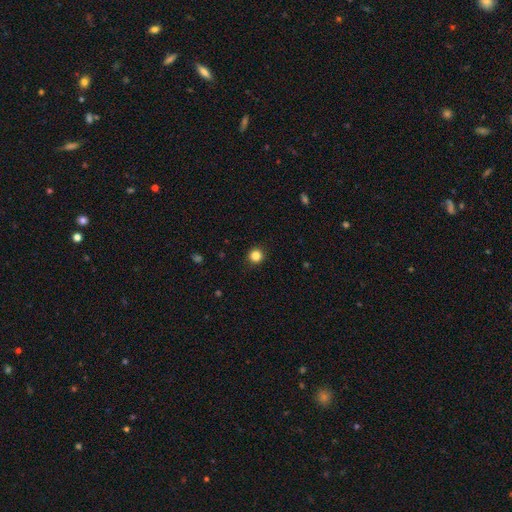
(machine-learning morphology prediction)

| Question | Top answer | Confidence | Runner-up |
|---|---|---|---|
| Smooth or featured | smooth | 84% | star or artifact (12%) |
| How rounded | round | 94% | in between (5%) |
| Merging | none | 92% | minor disturbance (5%) |